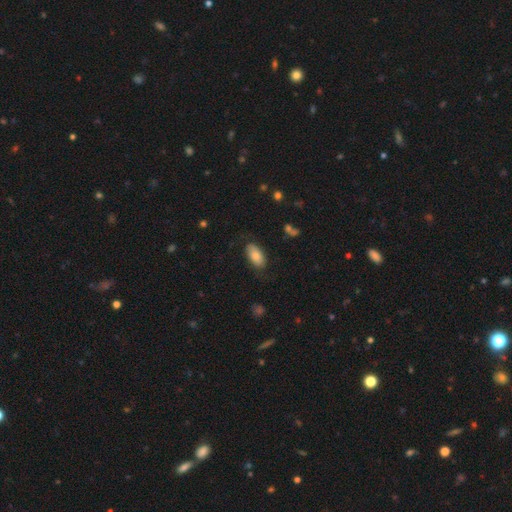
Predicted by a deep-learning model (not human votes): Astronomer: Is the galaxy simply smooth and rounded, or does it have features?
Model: smooth — 81%.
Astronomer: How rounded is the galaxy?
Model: in between — 93%.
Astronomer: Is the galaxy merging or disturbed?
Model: none — 76%.